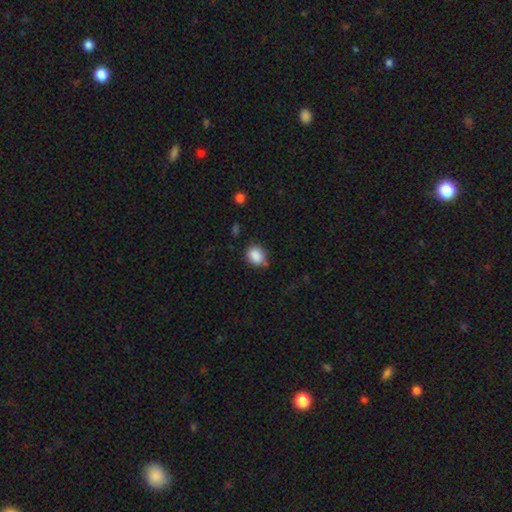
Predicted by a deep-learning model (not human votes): Smooth or featured? Predicted: smooth (p=0.87). How rounded? Predicted: round (p=0.54). Merging? Predicted: none (p=0.75).